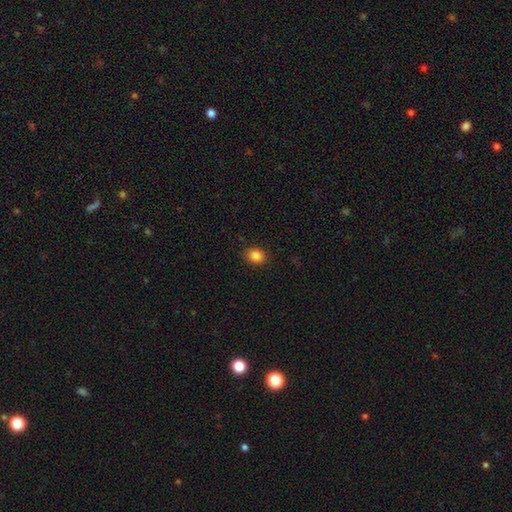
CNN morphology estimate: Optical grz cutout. It shows a smooth galaxy with no disk features (85%) that is in between round and cigar-shaped (51%). Merging: none (88%).